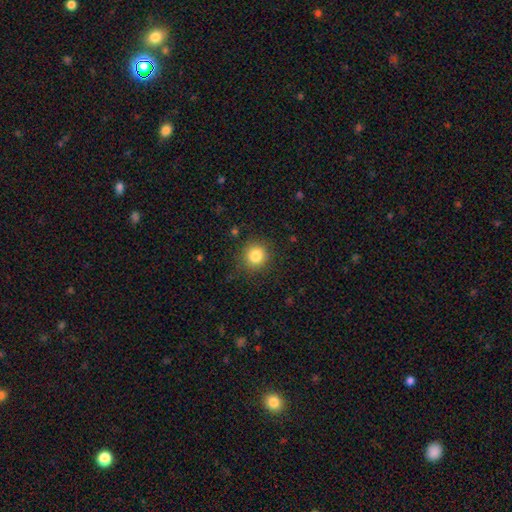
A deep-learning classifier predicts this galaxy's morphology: This appears to be a smooth galaxy with no disk features (83%) that is round (91%). Merging: none (87%).